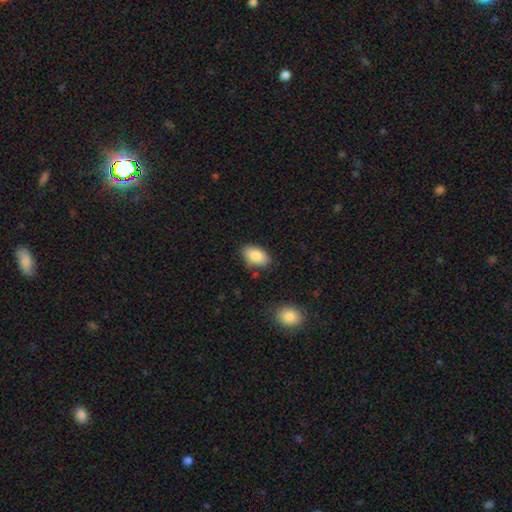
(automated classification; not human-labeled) This is clearly a smooth galaxy (87%). How rounded: clearly in between (92%). Merging: clearly none (82%).